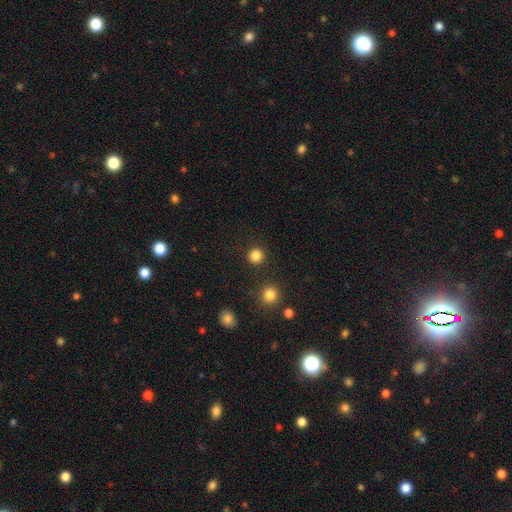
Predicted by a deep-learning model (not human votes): A smooth galaxy with no disk features (84%) that is round (94%).

Vote fractions:
- Smooth or featured? smooth: 84% / star or artifact: 13% / featured or disk: 3%
- How rounded? round: 94% / in between: 5% / cigar-shaped: 1%
- Merging? none: 91% / minor disturbance: 5% / merger: 2% / major disturbance: 2%